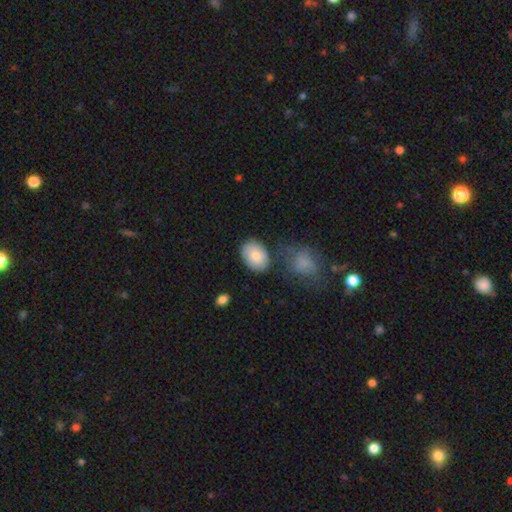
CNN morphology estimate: Q: Smooth or featured?
A: smooth (81%); runner-up: featured or disk (13%)
Q: How rounded?
A: in between (77%); runner-up: round (22%)
Q: Merging?
A: none (70%); runner-up: minor disturbance (18%)